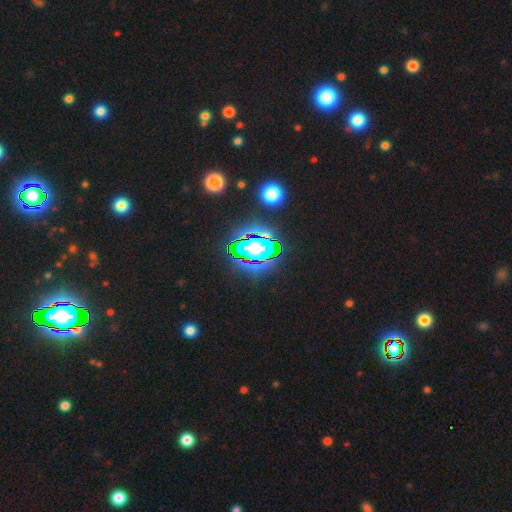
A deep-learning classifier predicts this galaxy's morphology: type=star or artifact (82%).